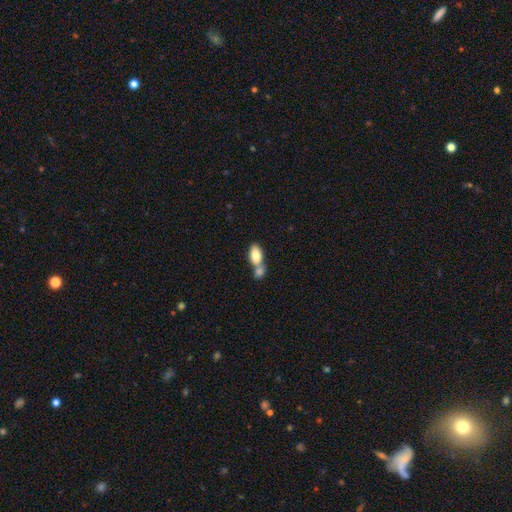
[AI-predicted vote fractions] Smooth or featured?
  - smooth: 81% *
  - featured or disk: 12%
  - star or artifact: 7%
How rounded?
  - in between: 90% *
  - round: 5%
  - cigar-shaped: 5%
Merging?
  - merger: 59% *
  - none: 30%
  - minor disturbance: 8%
  - major disturbance: 3%